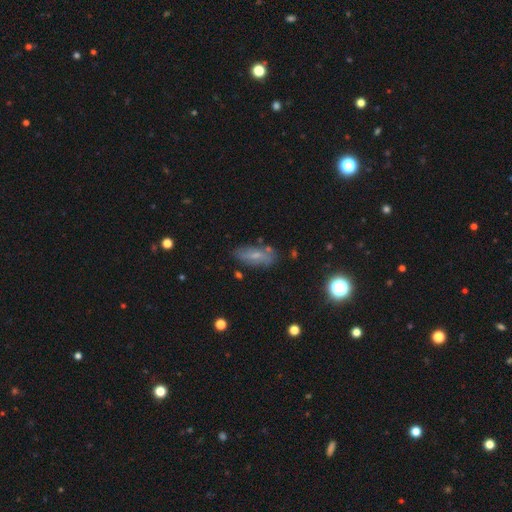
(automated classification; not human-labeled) Smooth or featured: smooth — 53% (featured or disk — 37%)
How rounded: in between — 76% (cigar-shaped — 21%)
Merging: none — 72% (minor disturbance — 19%)